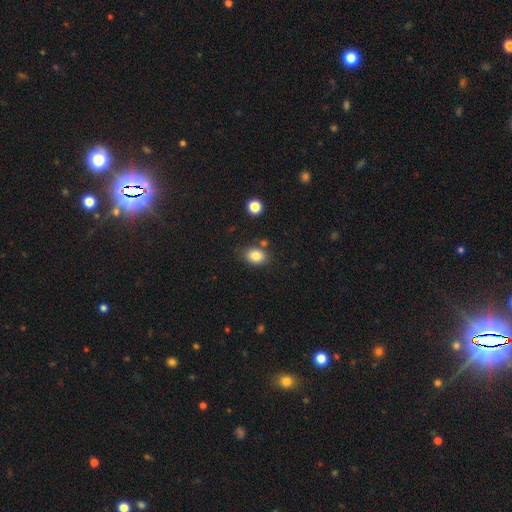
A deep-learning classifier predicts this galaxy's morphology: smooth_or_featured: smooth (p=0.82) [alt: star or artifact p=0.10]
how_rounded: in between (p=0.64) [alt: round p=0.35]
merging: none (p=0.77) [alt: minor disturbance p=0.13]